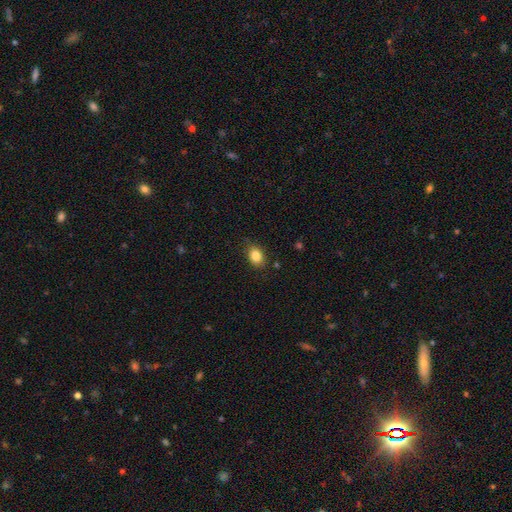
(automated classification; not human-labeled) Smooth or featured: smooth — 85% (star or artifact — 9%)
How rounded: in between — 69% (round — 30%)
Merging: none — 83% (minor disturbance — 12%)